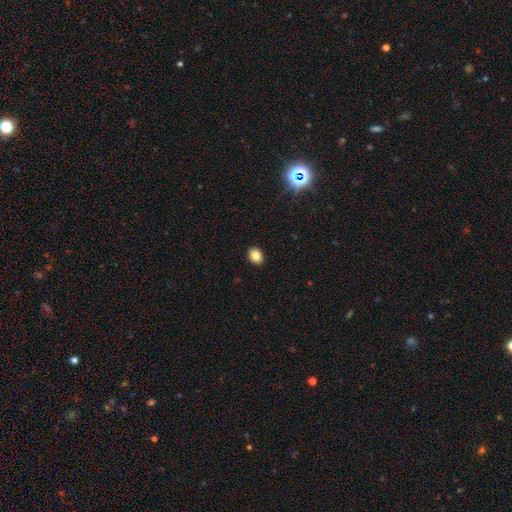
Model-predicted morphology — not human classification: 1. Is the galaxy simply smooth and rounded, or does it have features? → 83% smooth, 10% star or artifact, 6% featured or disk.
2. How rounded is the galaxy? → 65% in between, 34% round, 1% cigar-shaped.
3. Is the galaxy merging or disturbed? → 91% none, 7% minor disturbance, 2% major disturbance, 1% merger.